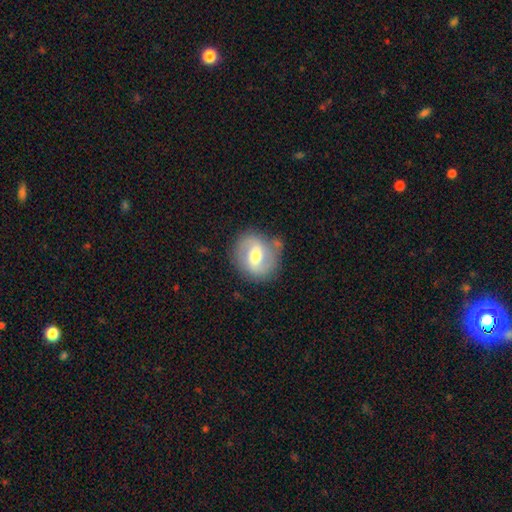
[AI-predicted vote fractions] The model was most divided on "bar": weak: 47%, strong: 28%, no: 25%. More confident: edge-on disk — no (96%); spiral arms — yes (80%); merging — none (76%); bulge size — moderate (65%); smooth or featured — featured or disk (65%).